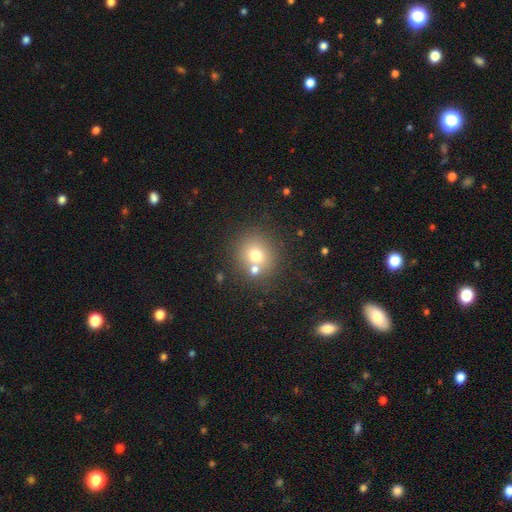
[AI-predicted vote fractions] This is likely a smooth galaxy (71%). How rounded: clearly round (88%). Merging: likely none (65%).